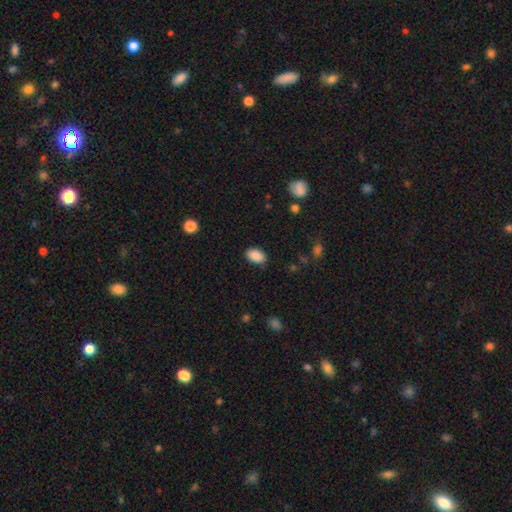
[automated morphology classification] Smooth or featured: smooth — 89% (star or artifact — 8%)
How rounded: in between — 89% (round — 10%)
Merging: none — 83% (minor disturbance — 13%)